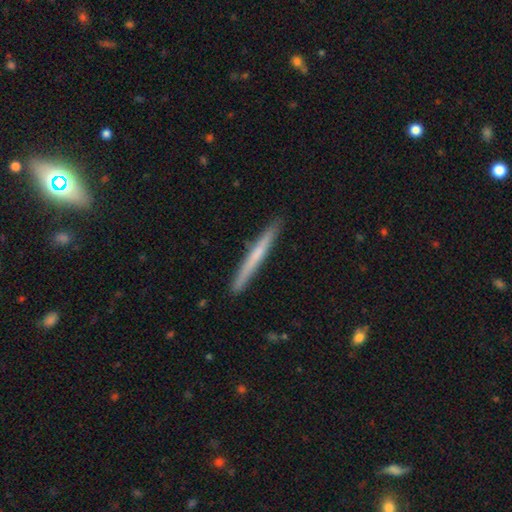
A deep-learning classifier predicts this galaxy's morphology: This is possibly a smooth galaxy (52%). How rounded: clearly cigar-shaped (97%). Merging: clearly none (91%).